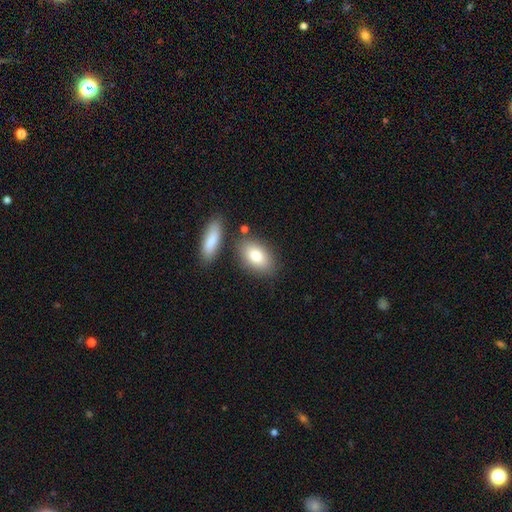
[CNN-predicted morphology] Smooth or featured: smooth — 81% (featured or disk — 12%)
How rounded: in between — 89% (round — 8%)
Merging: none — 74% (minor disturbance — 12%)